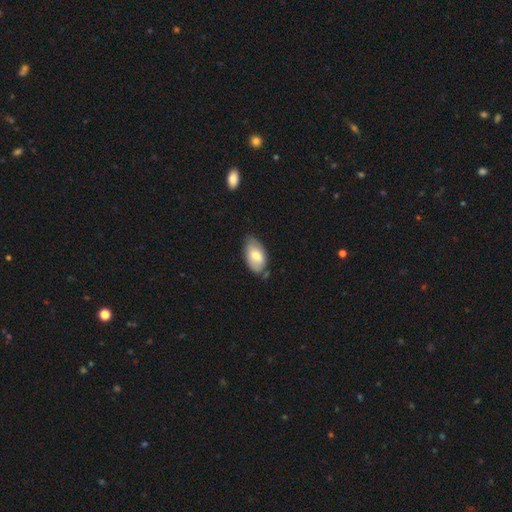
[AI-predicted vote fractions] Overall: smooth (72%). How rounded: in between (94%). Merging: none (63%; minor disturbance 29%).